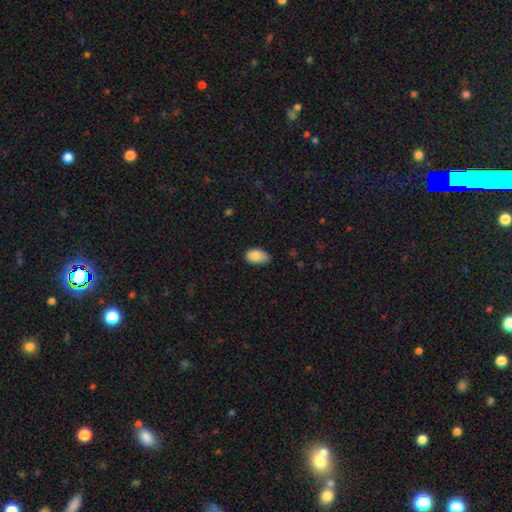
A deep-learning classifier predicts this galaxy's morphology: Q: Smooth or featured?
A: smooth (83%); runner-up: featured or disk (9%)
Q: How rounded?
A: in between (93%); runner-up: round (6%)
Q: Merging?
A: none (62%); runner-up: minor disturbance (31%)